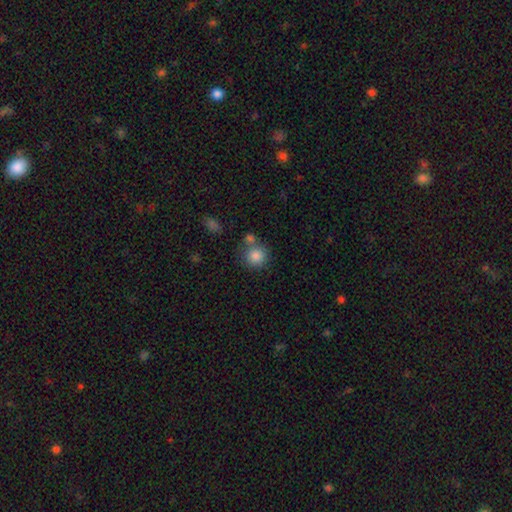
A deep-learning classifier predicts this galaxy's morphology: Smooth or featured? smooth (85%)
How rounded? round (90%)
Merging? none (63%)